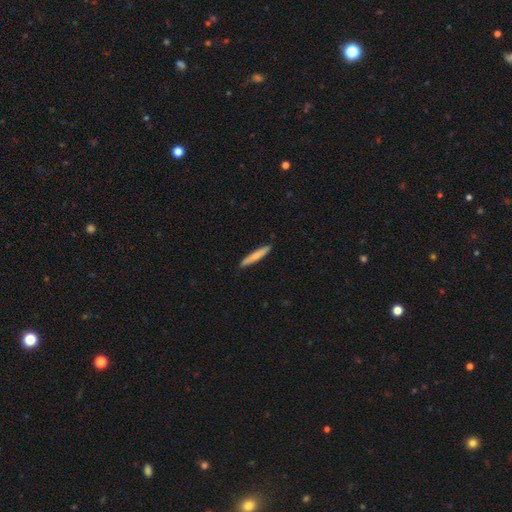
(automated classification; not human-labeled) Q: Smooth or featured?
A: smooth (76%); runner-up: featured or disk (19%)
Q: How rounded?
A: cigar-shaped (95%); runner-up: in between (4%)
Q: Merging?
A: none (90%); runner-up: minor disturbance (7%)